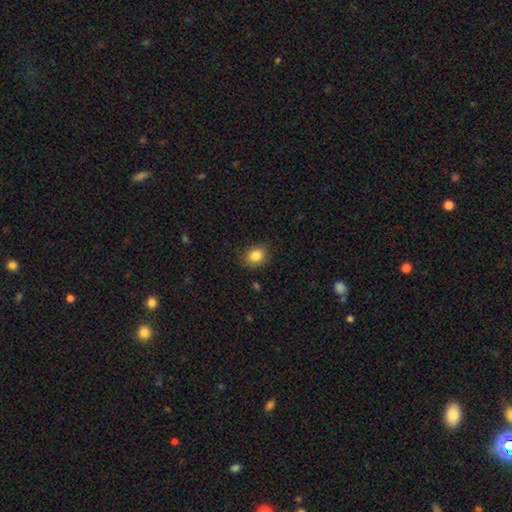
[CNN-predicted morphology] The model was most divided on "how rounded": round: 54%, in between: 45%, cigar-shaped: 1%. More confident: smooth or featured — smooth (85%); merging — none (80%).